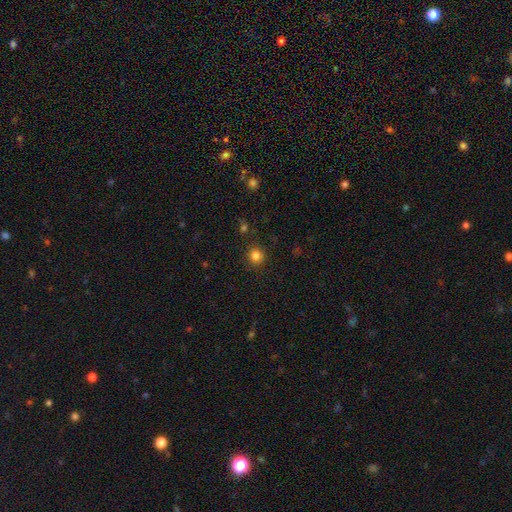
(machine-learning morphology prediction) A smooth galaxy with no disk features (82%) that is round (92%). Merging: none (89%).